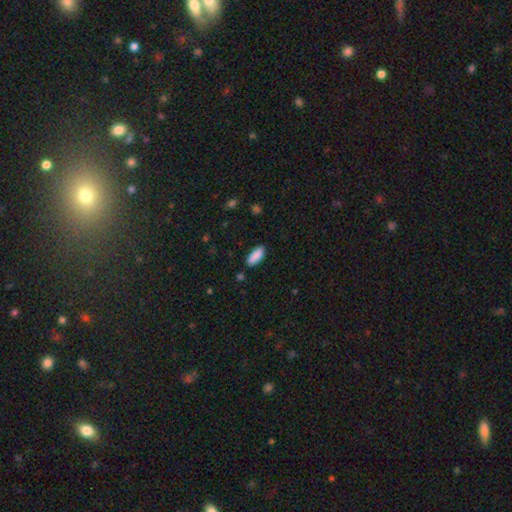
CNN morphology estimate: This is clearly a smooth galaxy (90%). How rounded: clearly in between (80%). Merging: clearly none (86%).